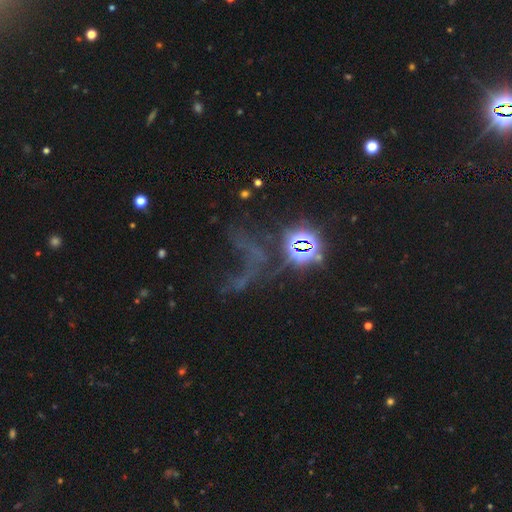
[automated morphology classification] A star or artifact, not a galaxy (59%).